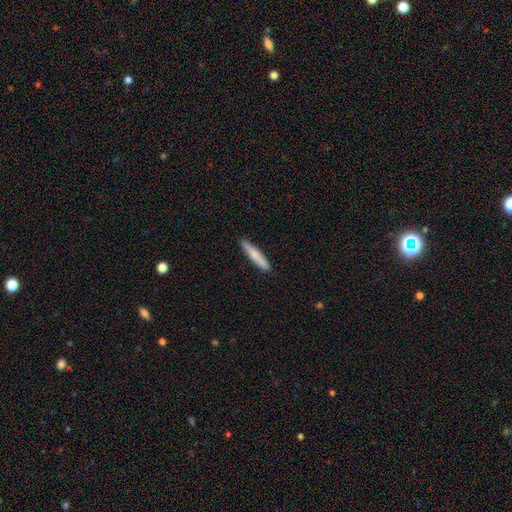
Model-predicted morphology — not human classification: smooth_or_featured: smooth (p=0.77) [alt: featured or disk p=0.18]
how_rounded: cigar-shaped (p=0.93) [alt: in between p=0.06]
merging: none (p=0.90) [alt: minor disturbance p=0.07]